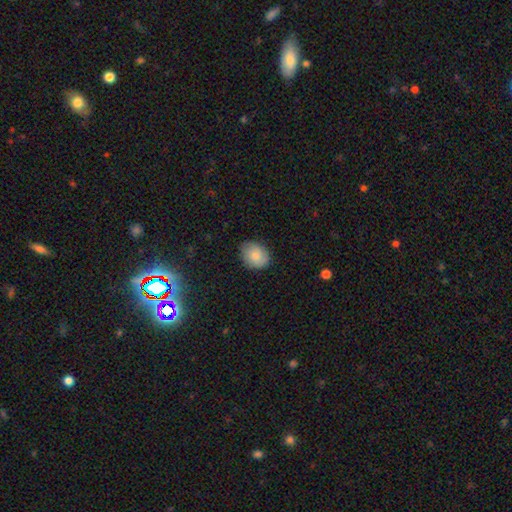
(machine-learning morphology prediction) A smooth galaxy with no disk features (83%) that is in between round and cigar-shaped (56%).

Vote fractions:
- Smooth or featured? smooth: 83% / featured or disk: 10% / star or artifact: 7%
- How rounded? in between: 56% / round: 43% / cigar-shaped: 1%
- Merging? none: 81% / minor disturbance: 15% / major disturbance: 3% / merger: 1%